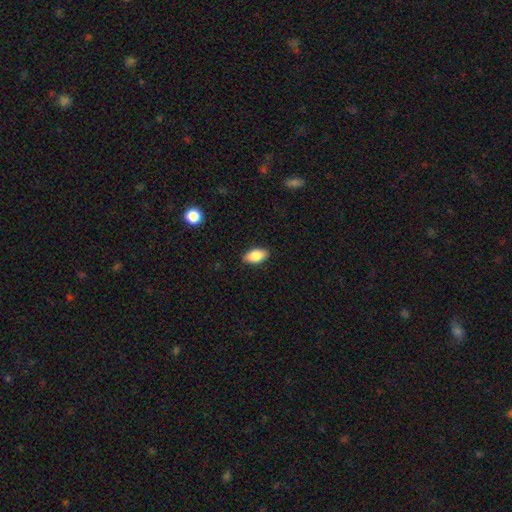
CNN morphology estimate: Smooth or featured? smooth (85%)
How rounded? in between (92%)
Merging? none (88%)